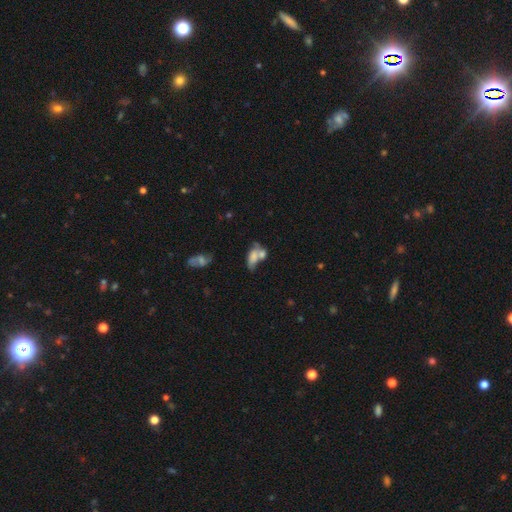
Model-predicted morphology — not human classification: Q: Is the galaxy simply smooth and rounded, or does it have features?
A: smooth — 60%.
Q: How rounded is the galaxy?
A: in between — 85%.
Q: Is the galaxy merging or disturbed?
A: merger — 52%.